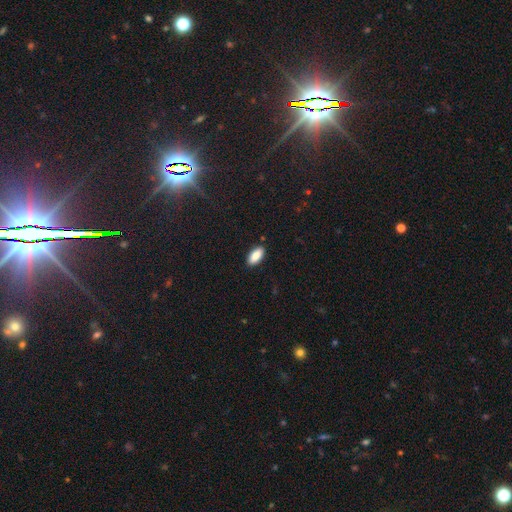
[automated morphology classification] A smooth galaxy with no disk features (88%) that is in between round and cigar-shaped (90%).

Vote fractions:
- Smooth or featured? smooth: 88% / star or artifact: 7% / featured or disk: 6%
- How rounded? in between: 90% / cigar-shaped: 7% / round: 2%
- Merging? none: 89% / minor disturbance: 8% / major disturbance: 2% / merger: 1%